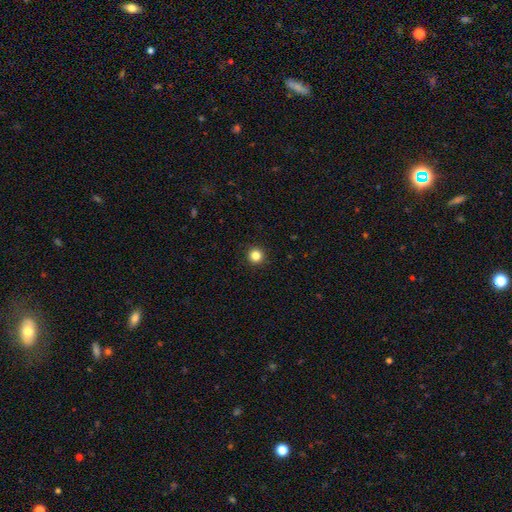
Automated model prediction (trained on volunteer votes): Smooth or featured? smooth (84%)
How rounded? round (95%)
Merging? none (93%)